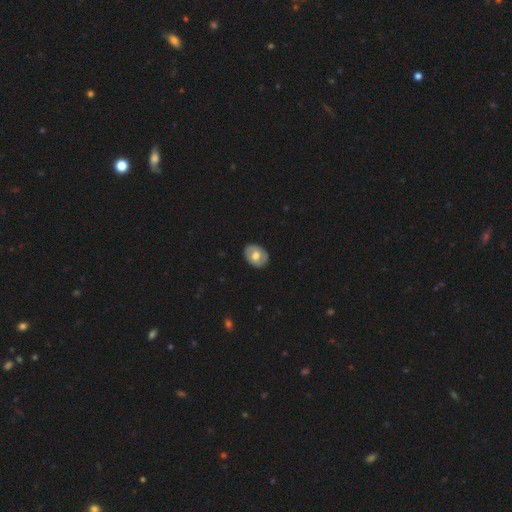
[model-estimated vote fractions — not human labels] This is possibly a smooth galaxy (59%). How rounded: likely in between (65%). Merging: clearly none (86%).